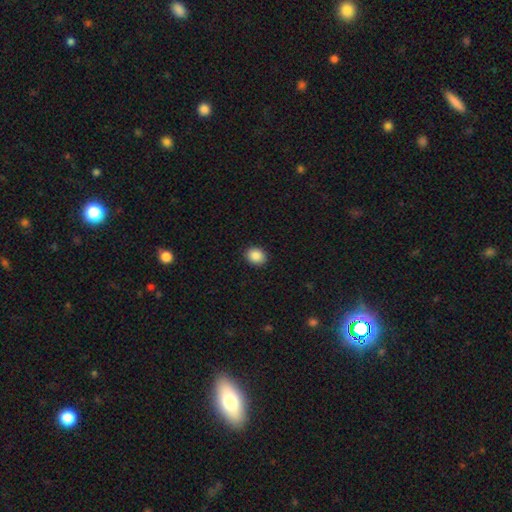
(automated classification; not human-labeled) smooth_or_featured: smooth (p=0.89) [alt: star or artifact p=0.08]
how_rounded: round (p=0.55) [alt: in between p=0.44]
merging: none (p=0.91) [alt: minor disturbance p=0.06]